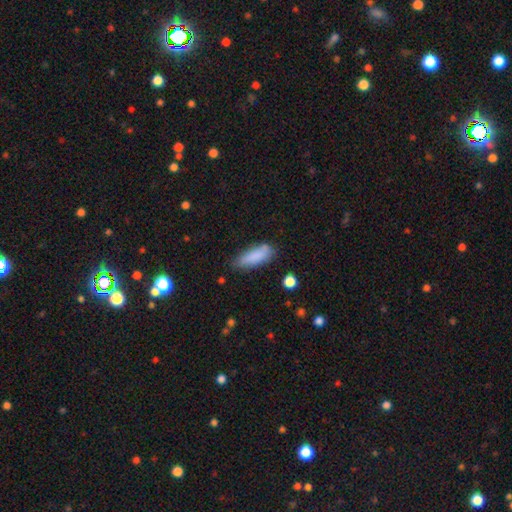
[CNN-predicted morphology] Q: Smooth or featured?
A: smooth (84%); runner-up: featured or disk (8%)
Q: How rounded?
A: in between (59%); runner-up: cigar-shaped (39%)
Q: Merging?
A: none (66%); runner-up: minor disturbance (25%)